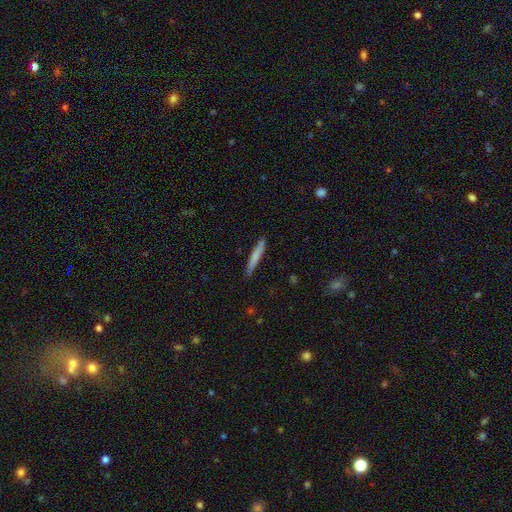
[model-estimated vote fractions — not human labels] Morphology: type=smooth (72%); roundness=cigar-shaped (96%); merging=none (88%).